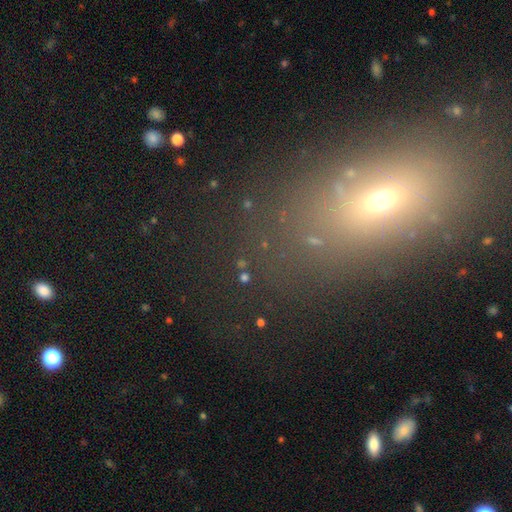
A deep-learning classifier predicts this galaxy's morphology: A smooth galaxy with no disk features (50%) that is in between round and cigar-shaped (72%).

Vote fractions:
- Smooth or featured? smooth: 50% / star or artifact: 32% / featured or disk: 18%
- How rounded? in between: 72% / round: 19% / cigar-shaped: 9%
- Merging? none: 77% / minor disturbance: 11% / major disturbance: 7% / merger: 4%